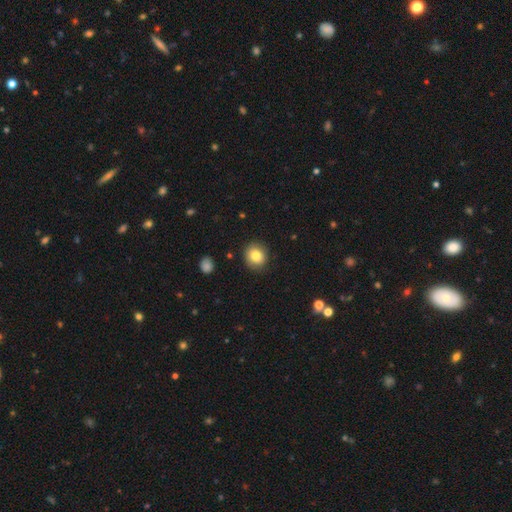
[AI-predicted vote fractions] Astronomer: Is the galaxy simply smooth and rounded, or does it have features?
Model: smooth — 82%.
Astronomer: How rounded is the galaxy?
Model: round — 77%.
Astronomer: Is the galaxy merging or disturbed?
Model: none — 85%.